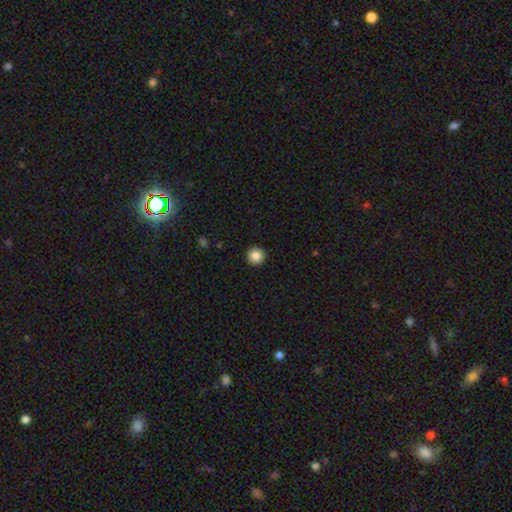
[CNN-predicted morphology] smooth-or-featured: smooth: 86% | star or artifact: 9% | featured or disk: 5%
  how-rounded: round: 96% | in between: 3% | cigar-shaped: 1%
  merging: none: 93% | minor disturbance: 5% | major disturbance: 2% | merger: 1%